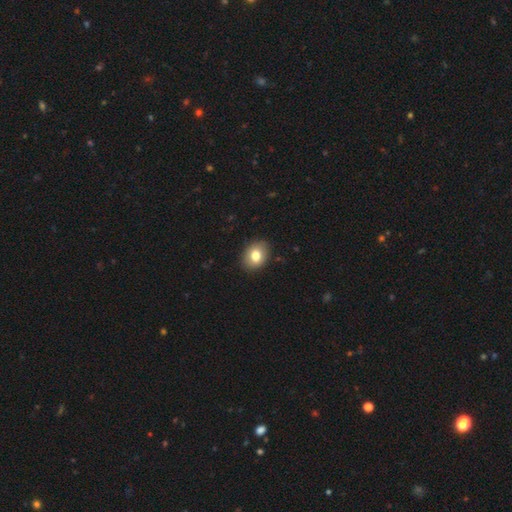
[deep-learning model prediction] Overall: smooth (80%). How rounded: in between (65%; round 34%). Merging: none (89%).